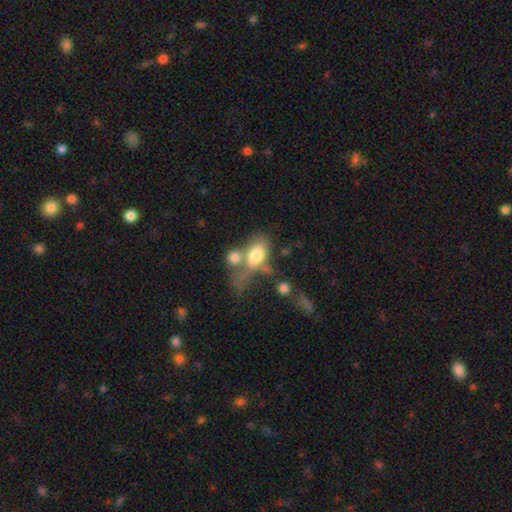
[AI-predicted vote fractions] A smooth galaxy with no disk features (72%) that is in between round and cigar-shaped (84%). Merging: merger (54%).